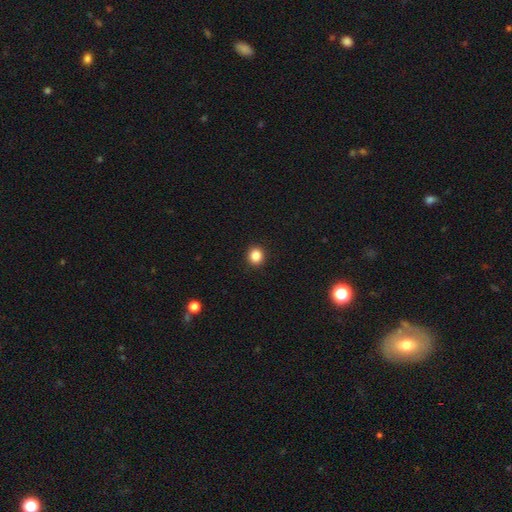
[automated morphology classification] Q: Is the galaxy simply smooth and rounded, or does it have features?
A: smooth — 86%.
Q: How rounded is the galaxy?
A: round — 84%.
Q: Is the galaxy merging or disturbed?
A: none — 93%.